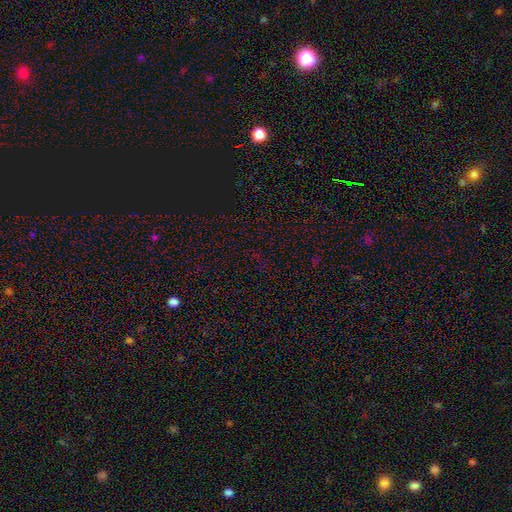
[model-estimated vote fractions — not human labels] Morphology: type=star or artifact (73%).